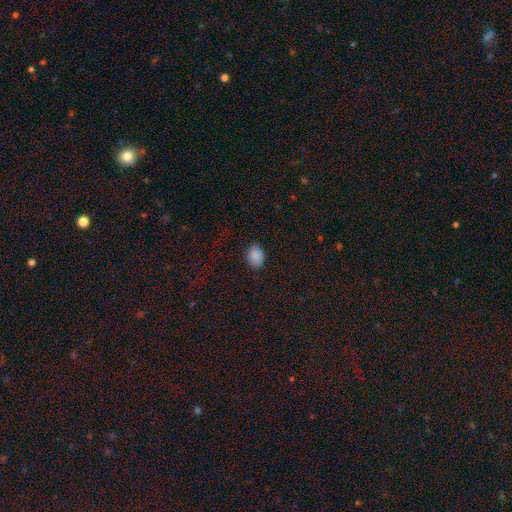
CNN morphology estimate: Smooth or featured?
  - smooth: 87% *
  - star or artifact: 9%
  - featured or disk: 4%
How rounded?
  - in between: 62% *
  - round: 37%
  - cigar-shaped: 1%
Merging?
  - none: 82% *
  - minor disturbance: 15%
  - major disturbance: 3%
  - merger: 1%